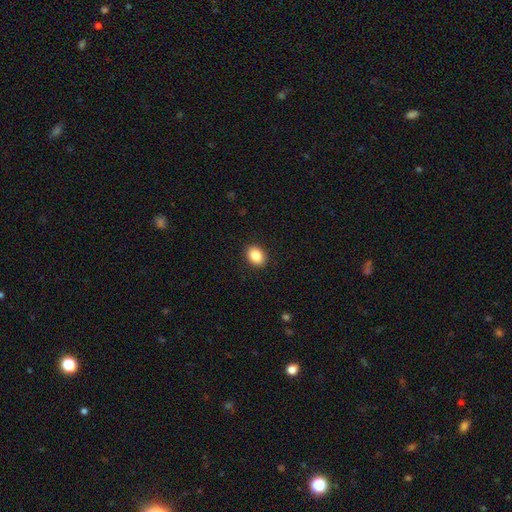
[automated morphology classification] Smooth or featured?
  - smooth: 86% *
  - star or artifact: 8%
  - featured or disk: 5%
How rounded?
  - in between: 64% *
  - round: 35%
  - cigar-shaped: 1%
Merging?
  - none: 91% *
  - minor disturbance: 7%
  - major disturbance: 2%
  - merger: 1%